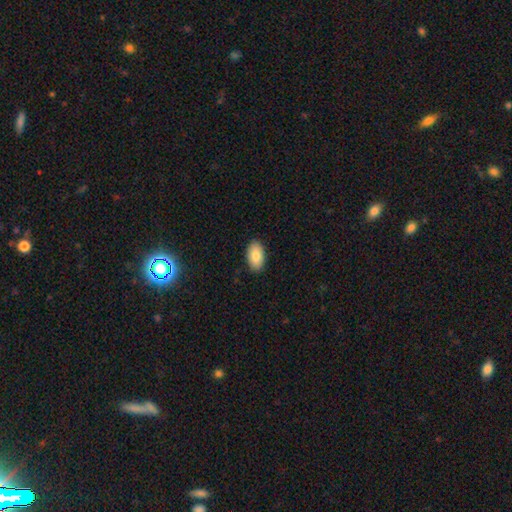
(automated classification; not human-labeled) A smooth galaxy with no disk features (84%) that is in between round and cigar-shaped (94%).

Vote fractions:
- Smooth or featured? smooth: 84% / featured or disk: 9% / star or artifact: 7%
- How rounded? in between: 94% / round: 4% / cigar-shaped: 2%
- Merging? none: 89% / minor disturbance: 8% / major disturbance: 2% / merger: 1%